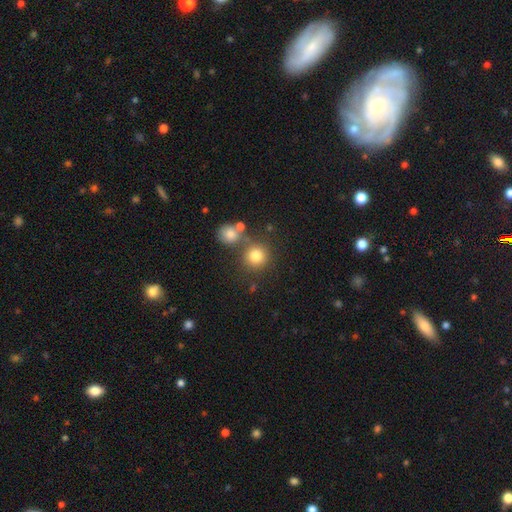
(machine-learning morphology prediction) Smooth or featured? Predicted: smooth (p=0.79). How rounded? Predicted: round (p=0.91). Merging? Predicted: none (p=0.69).